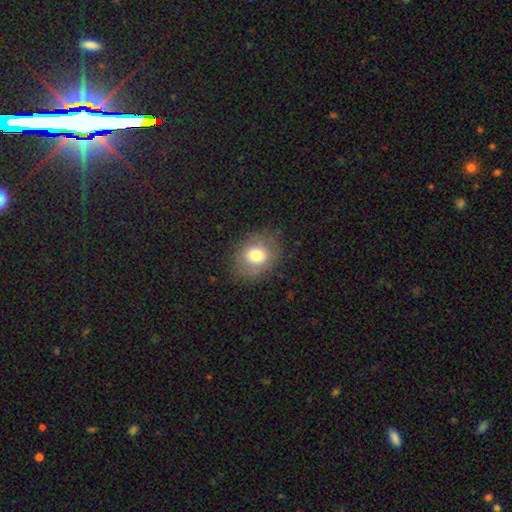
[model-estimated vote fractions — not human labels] Smooth or featured? smooth (74%)
How rounded? round (56%)
Merging? none (82%)